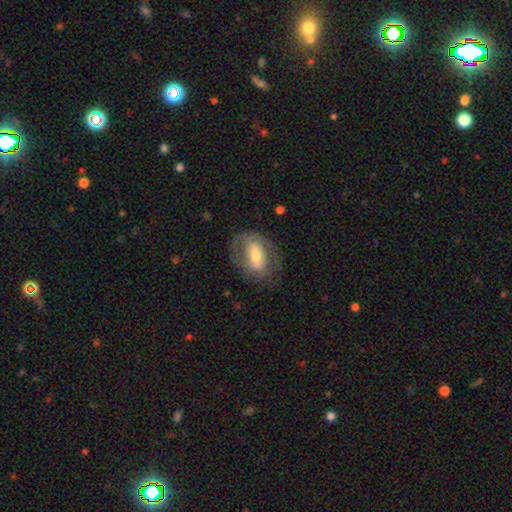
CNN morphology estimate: This is possibly a featured or disk galaxy (51%). It is clearly not viewed edge-on (93%). Merging: likely none (65%).